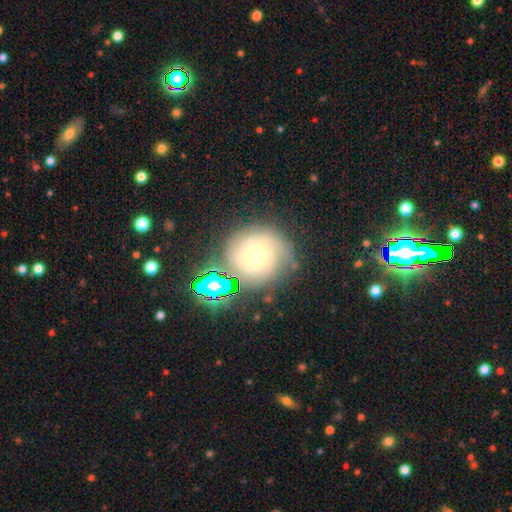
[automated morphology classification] This is likely a featured or disk galaxy (63%). It is clearly not viewed edge-on (96%). Bar: likely no (78%). Spiral arm pattern: clearly yes (92%). Spiral arm count: marginally can't tell (32%). Spiral winding: likely tight (69%). Central bulge: possibly small (47%). Merging: likely none (71%).